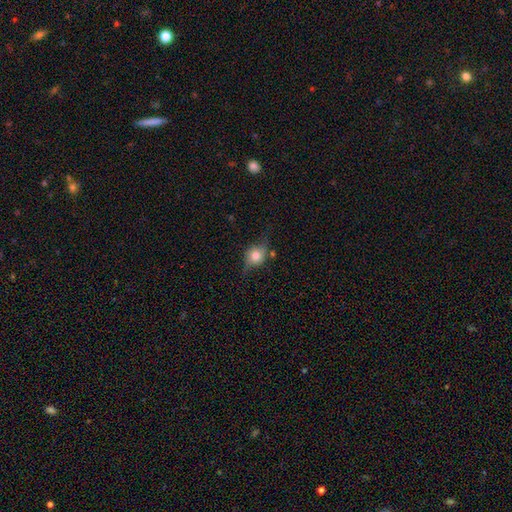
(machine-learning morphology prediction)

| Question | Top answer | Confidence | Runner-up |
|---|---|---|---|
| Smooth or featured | smooth | 54% | featured or disk (36%) |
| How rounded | round | 64% | in between (34%) |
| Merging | none | 58% | minor disturbance (27%) |